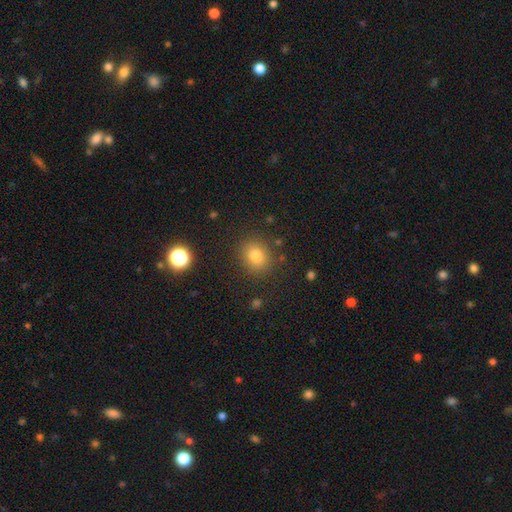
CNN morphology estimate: This appears to be a smooth galaxy with no disk features (77%) that is round (69%). Merging: none (87%).